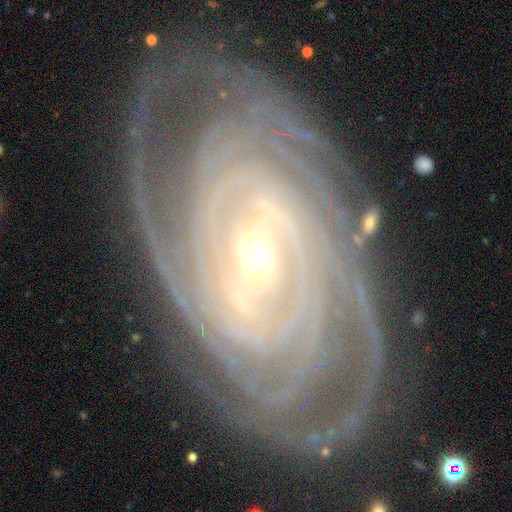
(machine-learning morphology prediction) A featured or disk galaxy (91%) with a weak bar (39%), 4 (27%) tight (83%) spiral arms (98%) and a small central bulge (64%). Merging: none (82%).